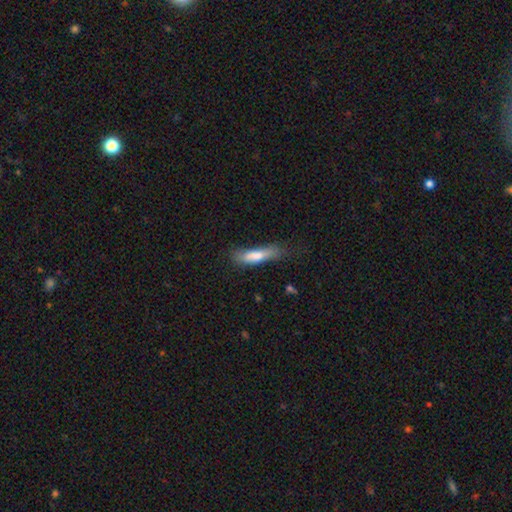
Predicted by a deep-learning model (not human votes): This appears to be a smooth galaxy with no disk features (76%) that is cigar-shaped (68%). Merging: none (53%).